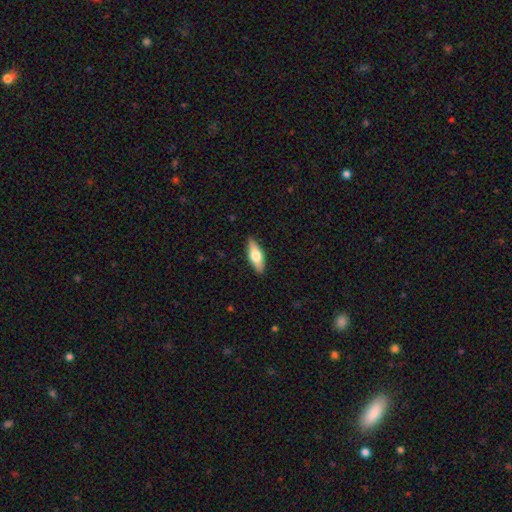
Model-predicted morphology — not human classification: type=smooth (62%); roundness=in between (59%); merging=none (89%).